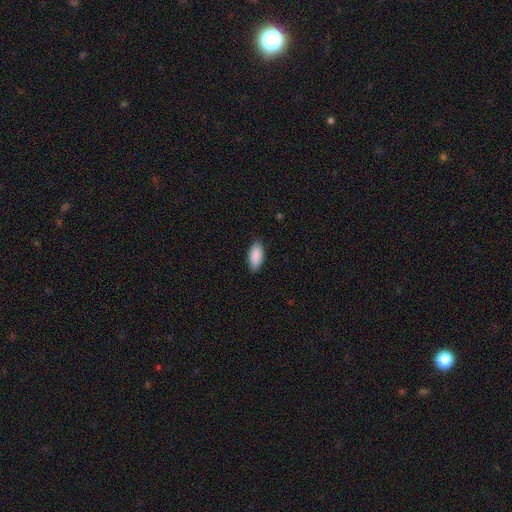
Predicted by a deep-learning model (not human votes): A smooth galaxy with no disk features (90%) that is in between round and cigar-shaped (90%). Merging: none (86%).